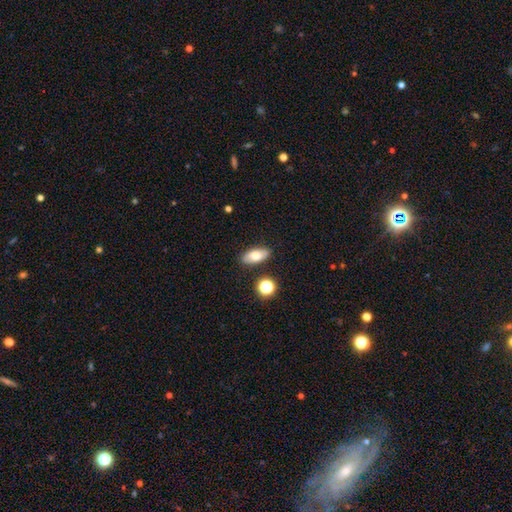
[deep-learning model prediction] Morphology: type=smooth (71%); roundness=in between (83%); merging=none (85%).